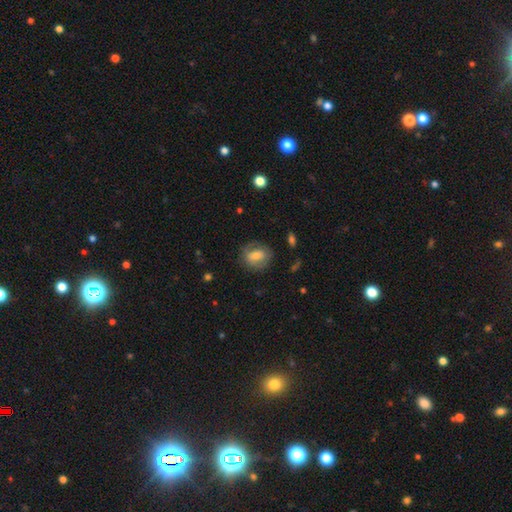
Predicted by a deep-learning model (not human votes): smooth-or-featured: smooth: 55% | featured or disk: 37% | star or artifact: 8%
  how-rounded: round: 50% | in between: 48% | cigar-shaped: 2%
  merging: none: 72% | minor disturbance: 18% | major disturbance: 9% | merger: 2%